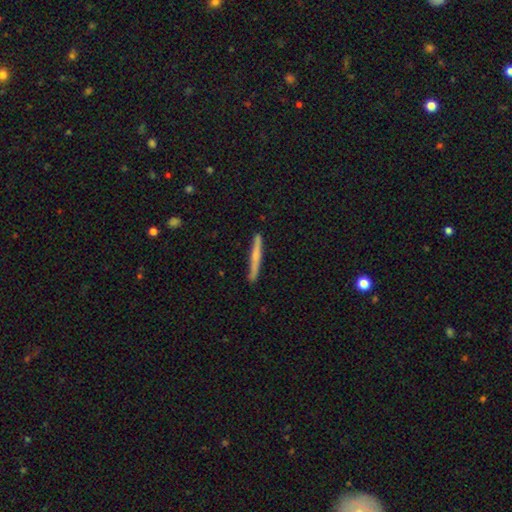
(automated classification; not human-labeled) smooth_or_featured: smooth (p=0.55) [alt: featured or disk p=0.39]
how_rounded: cigar-shaped (p=0.96) [alt: in between p=0.02]
merging: none (p=0.88) [alt: minor disturbance p=0.09]